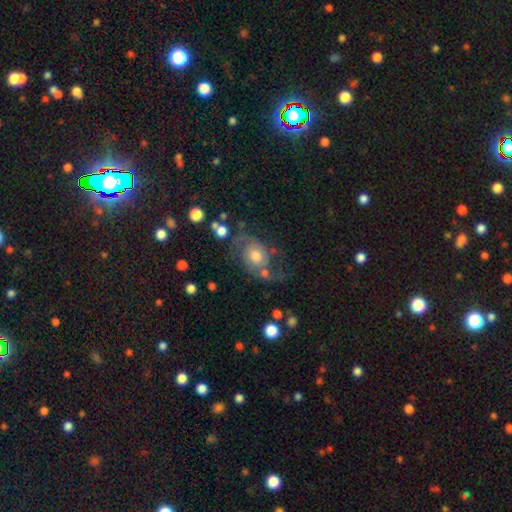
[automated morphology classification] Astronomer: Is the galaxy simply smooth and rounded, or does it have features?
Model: featured or disk — 73%.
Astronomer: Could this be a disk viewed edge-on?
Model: no — 97%.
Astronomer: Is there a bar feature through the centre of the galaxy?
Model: no — 75%.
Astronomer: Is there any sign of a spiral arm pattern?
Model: yes — 90%.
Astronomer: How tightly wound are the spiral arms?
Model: medium — 45% (runner-up: loose, 38%).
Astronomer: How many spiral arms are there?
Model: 2 — 86%.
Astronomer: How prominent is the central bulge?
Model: moderate — 60%.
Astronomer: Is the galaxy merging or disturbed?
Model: none — 54%.